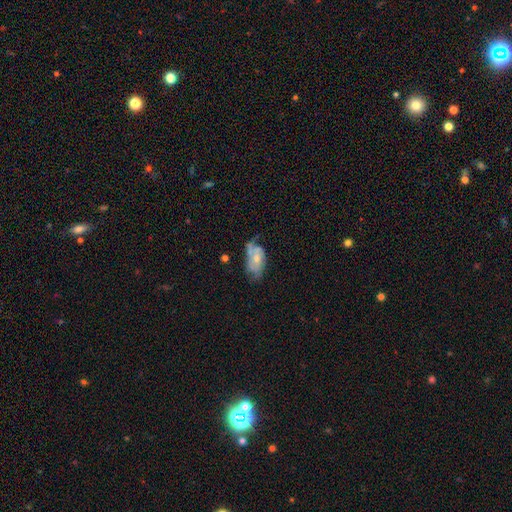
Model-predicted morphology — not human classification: A featured or disk galaxy (56%) with no bar (73%), spiral arms (70%) and a moderate central bulge (46%). Merging: none (38%).